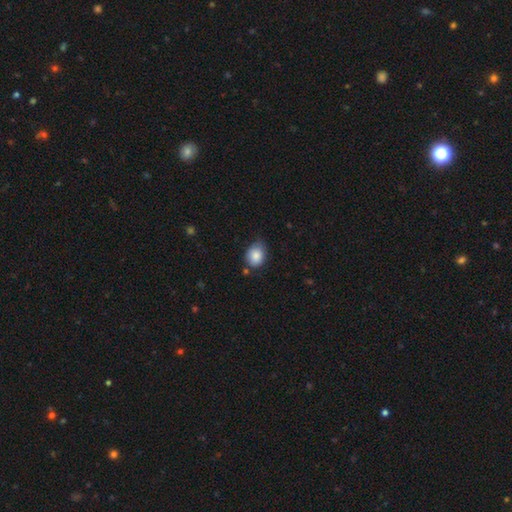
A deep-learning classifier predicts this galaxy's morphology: Smooth or featured?
  - smooth: 85% *
  - star or artifact: 8%
  - featured or disk: 7%
How rounded?
  - in between: 58% *
  - round: 41%
  - cigar-shaped: 1%
Merging?
  - none: 62% *
  - minor disturbance: 29%
  - major disturbance: 5%
  - merger: 4%